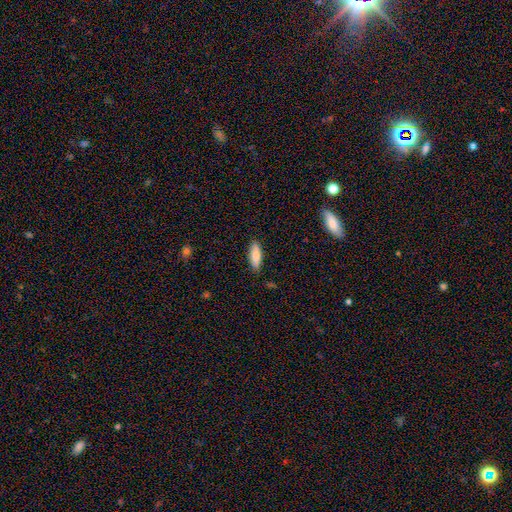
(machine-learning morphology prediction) A smooth galaxy with no disk features (84%) that is in between round and cigar-shaped (57%). Merging: none (87%).